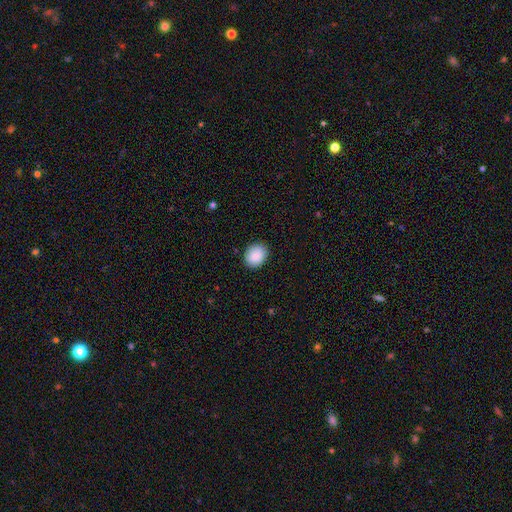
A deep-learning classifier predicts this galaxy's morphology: Overall: smooth (90%). How rounded: in between (53%; round 47%). Merging: none (88%).